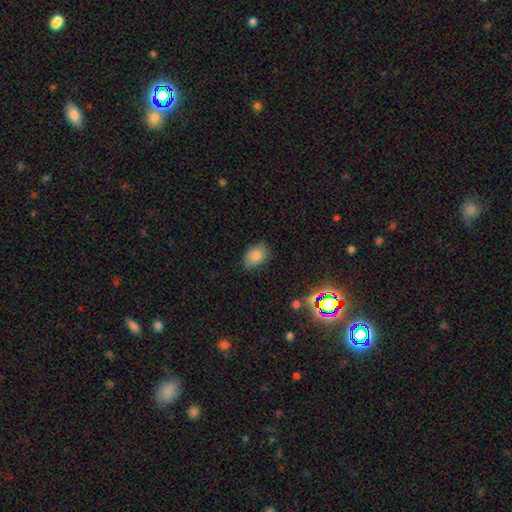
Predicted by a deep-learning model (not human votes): A smooth galaxy with no disk features (82%) that is in between round and cigar-shaped (82%). Merging: none (70%).